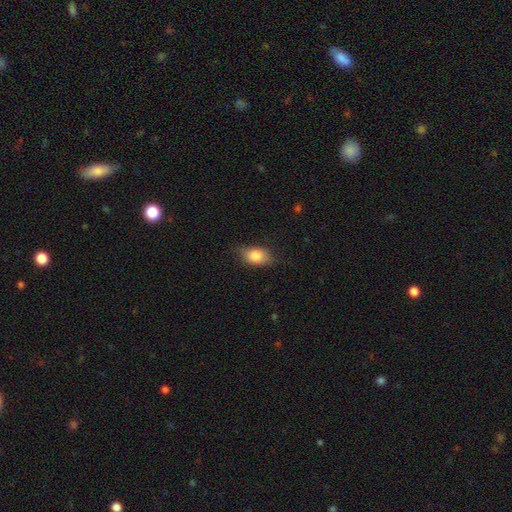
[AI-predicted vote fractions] smooth_or_featured: smooth (p=0.83) [alt: featured or disk p=0.09]
how_rounded: in between (p=0.84) [alt: round p=0.12]
merging: none (p=0.73) [alt: minor disturbance p=0.21]